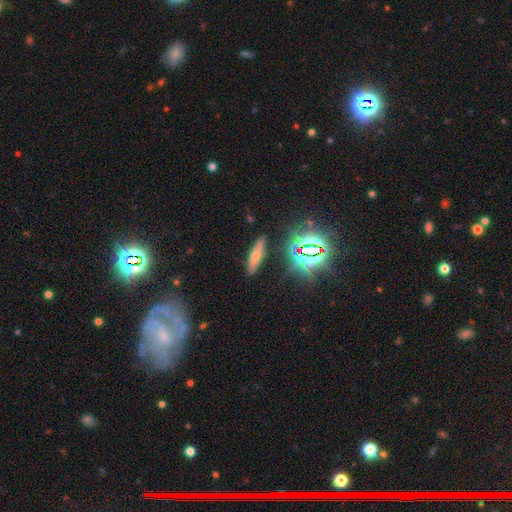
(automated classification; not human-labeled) Smooth or featured: smooth — 51% (featured or disk — 27%)
How rounded: cigar-shaped — 71% (in between — 25%)
Merging: none — 83% (minor disturbance — 11%)